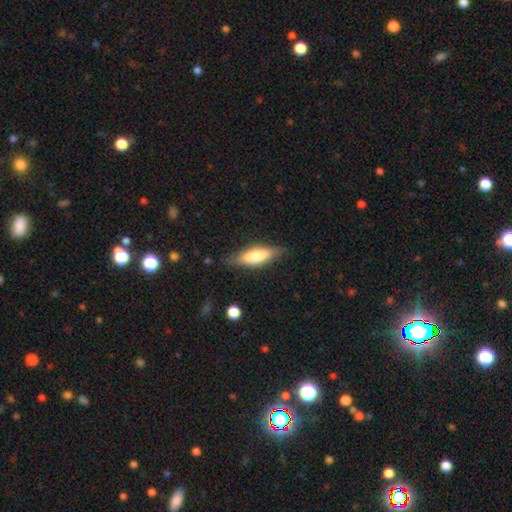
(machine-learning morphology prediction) This appears to be a smooth galaxy with no disk features (63%) that is cigar-shaped (52%). Merging: none (81%).